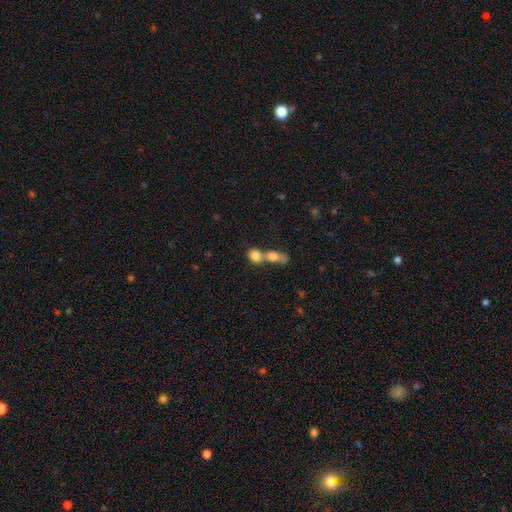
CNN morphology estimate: Q: Smooth or featured?
A: smooth (79%); runner-up: featured or disk (12%)
Q: How rounded?
A: round (53%); runner-up: in between (43%)
Q: Merging?
A: merger (69%); runner-up: none (21%)